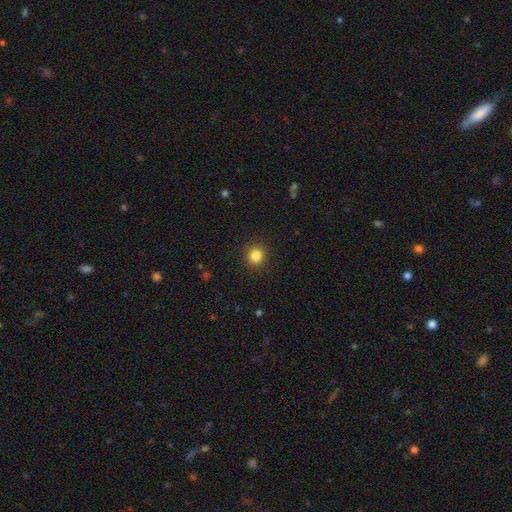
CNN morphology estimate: Smooth or featured: smooth — 85% (star or artifact — 11%)
How rounded: round — 93% (in between — 6%)
Merging: none — 92% (minor disturbance — 5%)